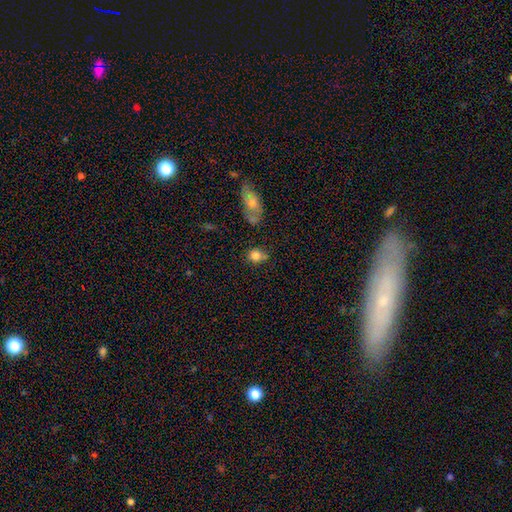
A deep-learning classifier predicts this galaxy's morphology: Smooth or featured? smooth (80%)
How rounded? round (76%)
Merging? none (59%)